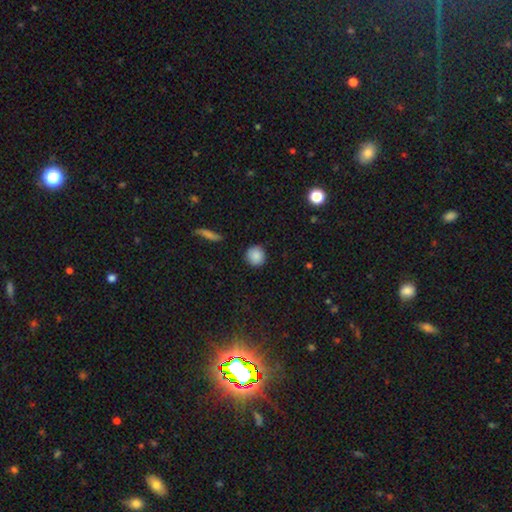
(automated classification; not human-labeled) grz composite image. It shows a smooth galaxy with no disk features (88%) that is round (92%). Merging: none (90%).